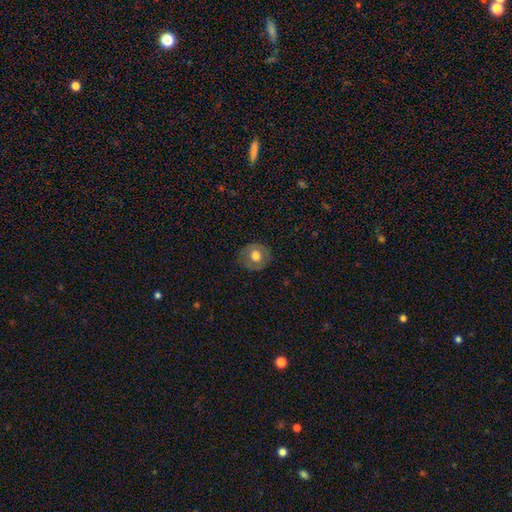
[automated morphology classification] Smooth or featured? Predicted: smooth (p=0.63). How rounded? Predicted: round (p=0.83). Merging? Predicted: none (p=0.81).